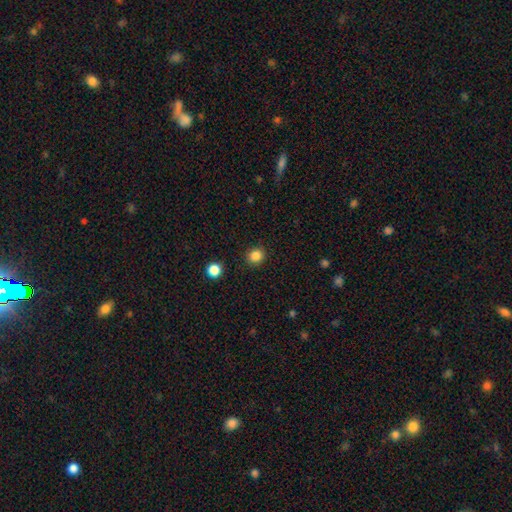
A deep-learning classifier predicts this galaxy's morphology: The model was most divided on "how rounded": round: 86%, in between: 13%, cigar-shaped: 1%. More confident: merging — none (90%); smooth or featured — smooth (85%).